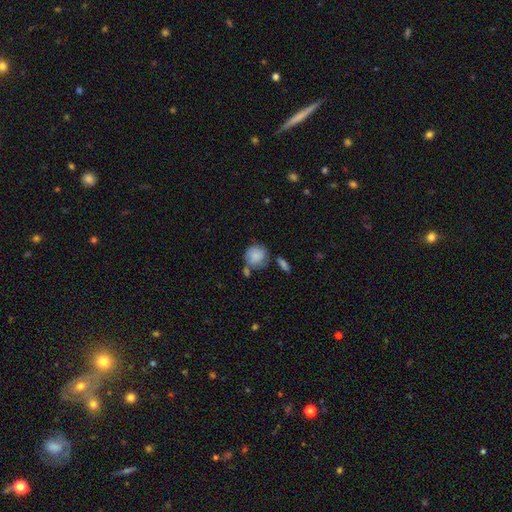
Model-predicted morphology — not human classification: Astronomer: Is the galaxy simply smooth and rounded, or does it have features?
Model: smooth — 80%.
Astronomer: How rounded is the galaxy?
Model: round — 84%.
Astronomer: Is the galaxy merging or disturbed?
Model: none — 55%.